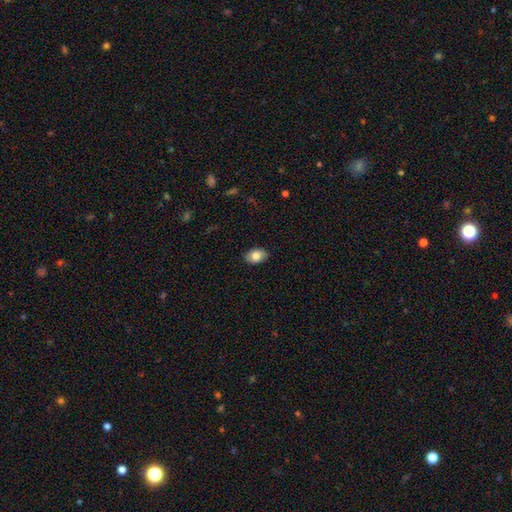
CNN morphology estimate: Smooth or featured?
  - smooth: 83% *
  - featured or disk: 9%
  - star or artifact: 7%
How rounded?
  - in between: 86% *
  - round: 13%
  - cigar-shaped: 1%
Merging?
  - none: 87% *
  - minor disturbance: 10%
  - major disturbance: 2%
  - merger: 1%